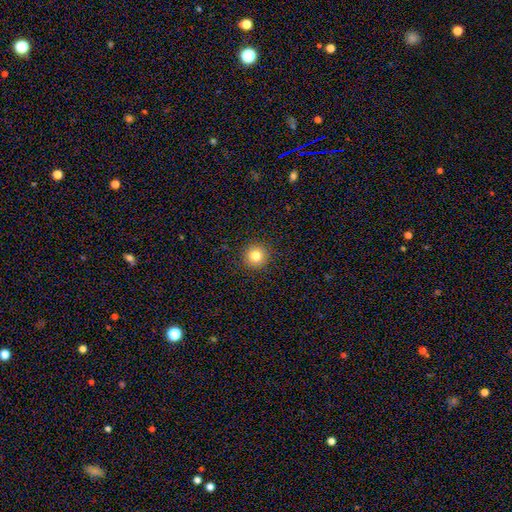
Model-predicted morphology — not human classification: smooth-or-featured: smooth: 81% | star or artifact: 12% | featured or disk: 7%
  how-rounded: round: 95% | in between: 4% | cigar-shaped: 1%
  merging: none: 92% | minor disturbance: 5% | major disturbance: 2% | merger: 1%